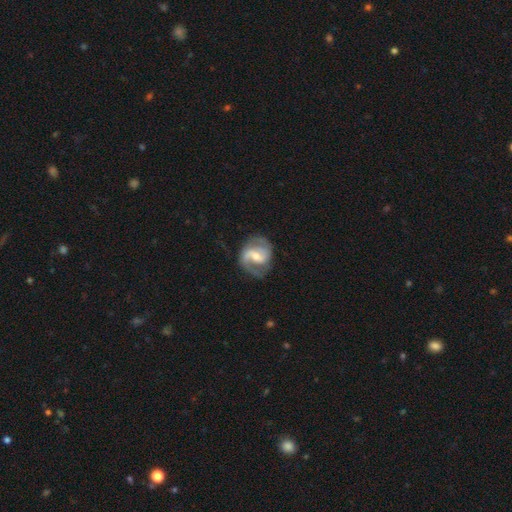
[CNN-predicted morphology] Smooth or featured? featured or disk (84%)
Edge-on disk? no (98%)
Bar? weak (51%)
Spiral arms? yes (95%)
Spiral winding? medium (54%)
Spiral arm count? 2 (87%)
Bulge size? moderate (49%)
Merging? none (73%)